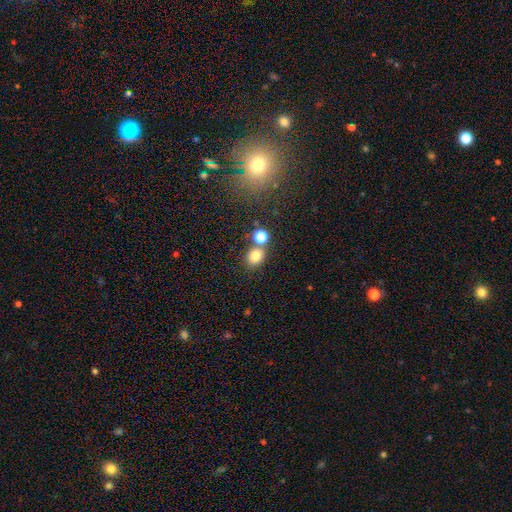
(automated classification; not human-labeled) Smooth or featured: smooth — 80% (star or artifact — 13%)
How rounded: round — 65% (in between — 34%)
Merging: none — 60% (merger — 27%)